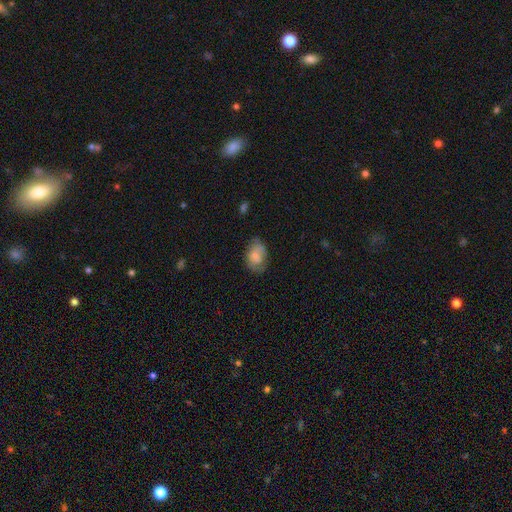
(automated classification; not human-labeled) Smooth or featured?
  - smooth: 73% *
  - featured or disk: 19%
  - star or artifact: 8%
How rounded?
  - in between: 81% *
  - round: 18%
  - cigar-shaped: 1%
Merging?
  - none: 57% *
  - minor disturbance: 29%
  - major disturbance: 12%
  - merger: 2%